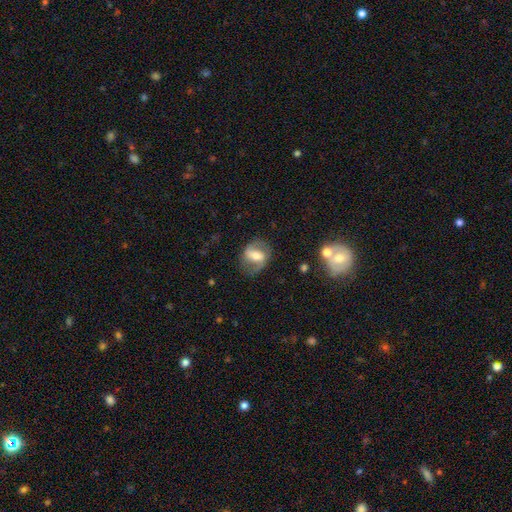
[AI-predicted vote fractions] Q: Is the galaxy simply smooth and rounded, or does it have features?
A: featured or disk — 60%.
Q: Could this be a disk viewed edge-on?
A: no — 94%.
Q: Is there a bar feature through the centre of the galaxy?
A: strong — 47%.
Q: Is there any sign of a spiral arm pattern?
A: yes — 73%.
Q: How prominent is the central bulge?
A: moderate — 56%.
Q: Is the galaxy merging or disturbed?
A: none — 71%.